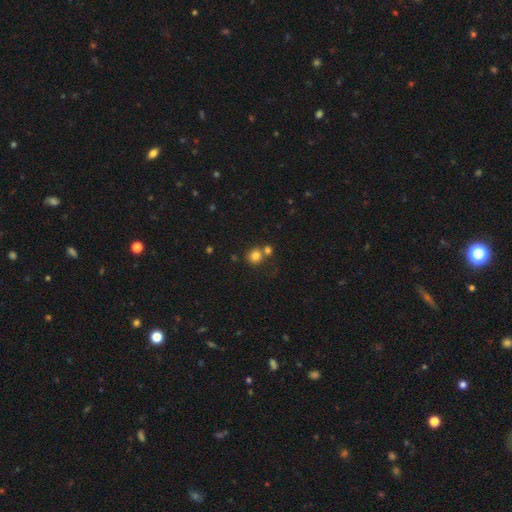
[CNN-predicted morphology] smooth_or_featured: smooth (p=0.80) [alt: star or artifact p=0.12]
how_rounded: round (p=0.85) [alt: in between p=0.14]
merging: none (p=0.56) [alt: merger p=0.32]